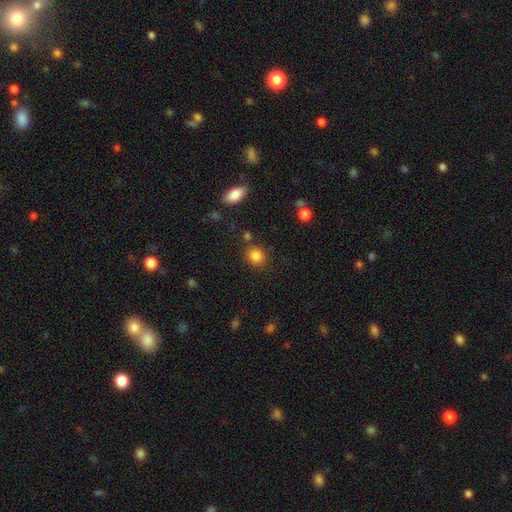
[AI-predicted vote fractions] Smooth or featured? Predicted: smooth (p=0.85). How rounded? Predicted: round (p=0.71). Merging? Predicted: none (p=0.79).